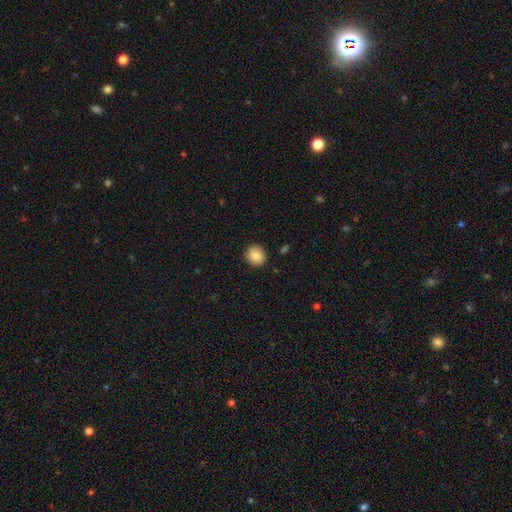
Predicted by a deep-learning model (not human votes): A smooth galaxy with no disk features (87%) that is round (78%). Merging: none (88%).